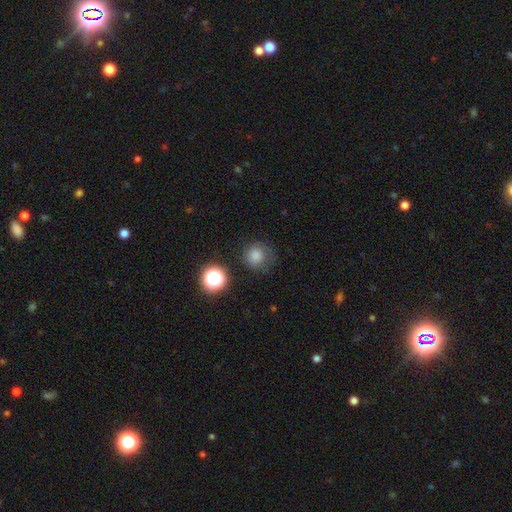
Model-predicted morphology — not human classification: A smooth galaxy with no disk features (78%) that is round (90%).

Vote fractions:
- Smooth or featured? smooth: 78% / star or artifact: 14% / featured or disk: 8%
- How rounded? round: 90% / in between: 9% / cigar-shaped: 1%
- Merging? none: 68% / minor disturbance: 20% / major disturbance: 10% / merger: 3%